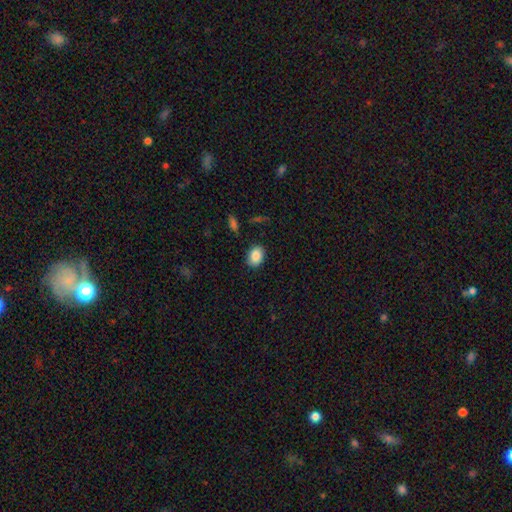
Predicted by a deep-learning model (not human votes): Overall: smooth (87%). How rounded: in between (71%). Merging: none (86%).